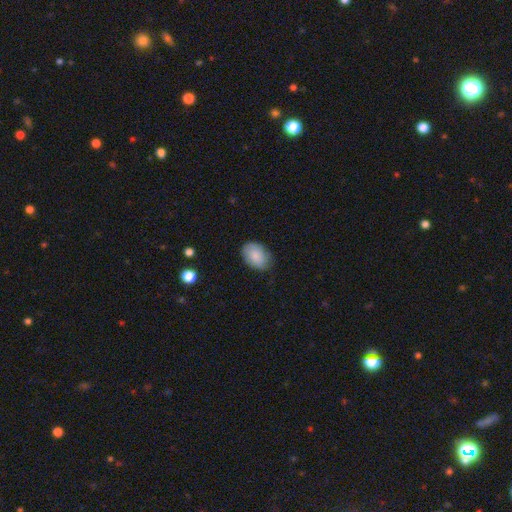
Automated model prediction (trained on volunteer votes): smooth_or_featured: smooth (p=0.84) [alt: featured or disk p=0.10]
how_rounded: in between (p=0.83) [alt: round p=0.16]
merging: none (p=0.76) [alt: minor disturbance p=0.19]